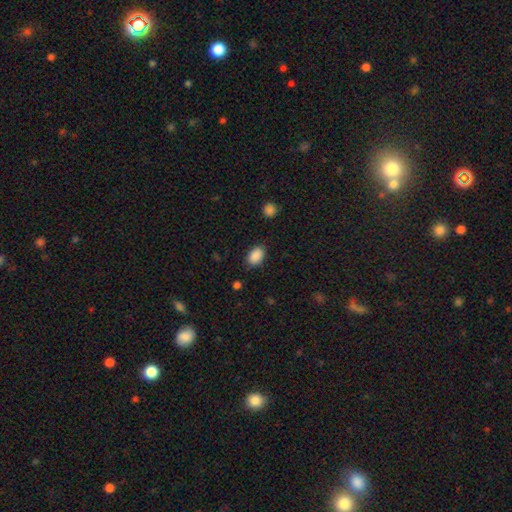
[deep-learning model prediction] Overall: smooth (89%). How rounded: in between (85%). Merging: none (83%).